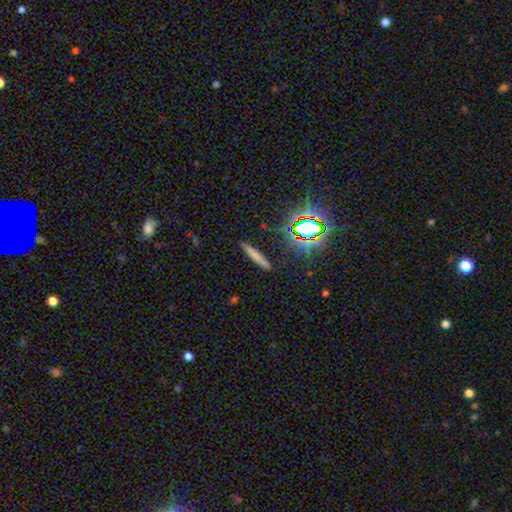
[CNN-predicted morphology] A smooth galaxy with no disk features (67%) that is cigar-shaped (90%). Merging: none (87%).